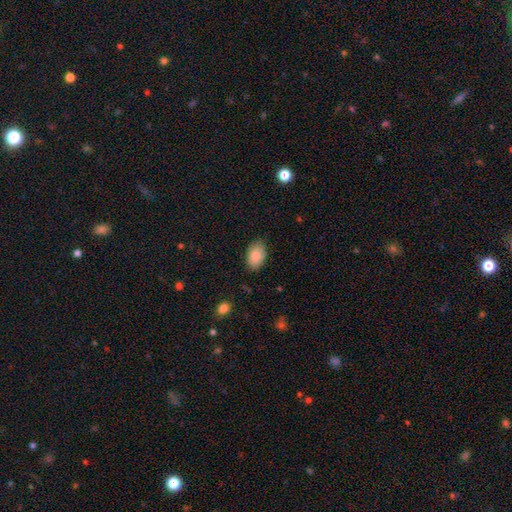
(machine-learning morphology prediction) A smooth galaxy with no disk features (84%) that is in between round and cigar-shaped (89%).

Vote fractions:
- Smooth or featured? smooth: 84% / featured or disk: 9% / star or artifact: 7%
- How rounded? in between: 89% / round: 9% / cigar-shaped: 1%
- Merging? none: 83% / minor disturbance: 13% / major disturbance: 3% / merger: 1%